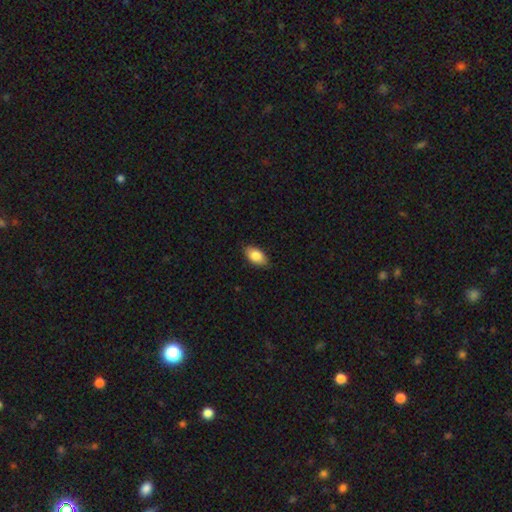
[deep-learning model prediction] The model was most divided on "merging": none: 86%, minor disturbance: 11%, major disturbance: 2%, merger: 1%. More confident: how rounded — in between (93%); smooth or featured — smooth (85%).